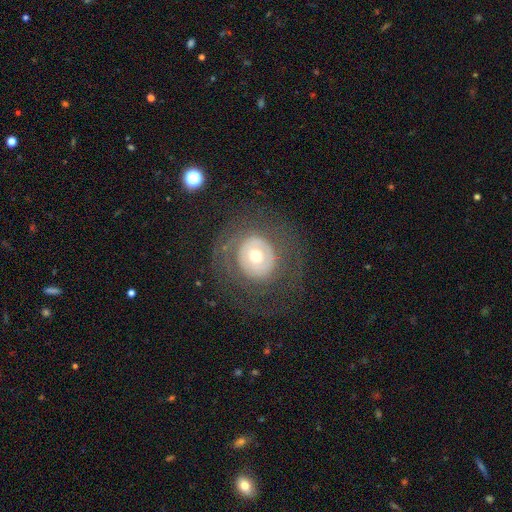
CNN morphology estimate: Overall: featured or disk (61%; smooth 31%). Edge-on disk: no (96%). Bar: no (79%). Spiral arms: no (58%; yes 42%). Bulge size: moderate (57%; small 33%). Merging: none (68%).